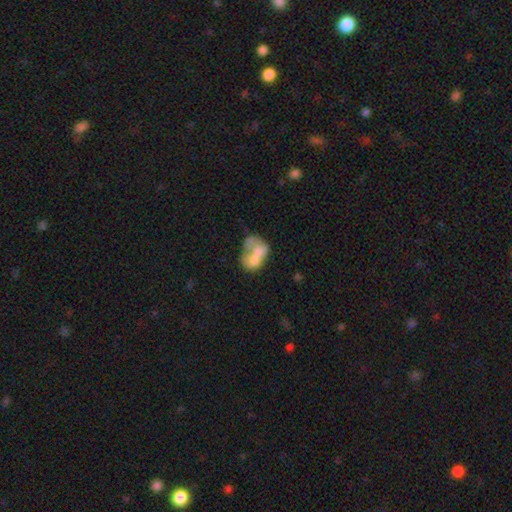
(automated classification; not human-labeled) smooth-or-featured: smooth: 56% | featured or disk: 35% | star or artifact: 9%
  how-rounded: in between: 70% | round: 29% | cigar-shaped: 1%
  merging: merger: 61% | none: 15% | major disturbance: 14% | minor disturbance: 10%